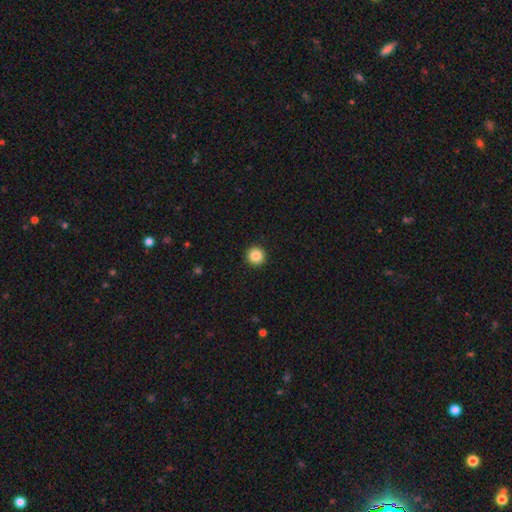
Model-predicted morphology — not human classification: Smooth or featured? smooth (86%)
How rounded? round (95%)
Merging? none (93%)